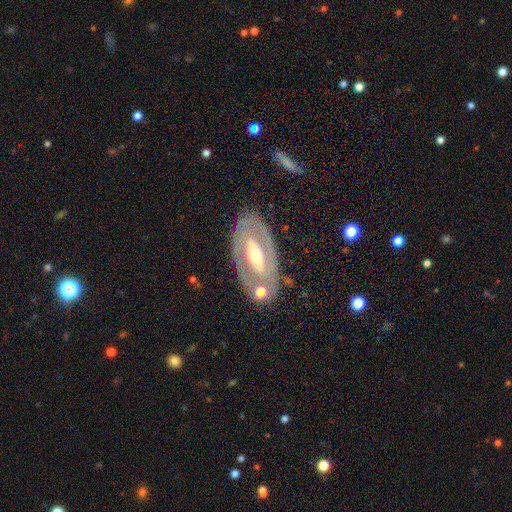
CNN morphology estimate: smooth_or_featured: featured or disk (p=0.74) [alt: smooth p=0.21]
disk_edge_on: no (p=0.89) [alt: yes p=0.11]
bar: strong (p=0.38) [alt: no p=0.33]
has_spiral_arms: no (p=0.60) [alt: yes p=0.40]
bulge_size: moderate (p=0.64) [alt: small p=0.29]
merging: none (p=0.76) [alt: minor disturbance p=0.13]